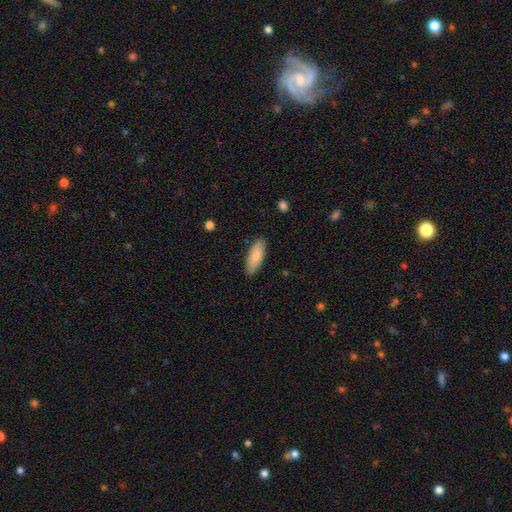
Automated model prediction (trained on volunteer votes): Q: Smooth or featured?
A: smooth (84%); runner-up: featured or disk (11%)
Q: How rounded?
A: in between (73%); runner-up: cigar-shaped (25%)
Q: Merging?
A: none (86%); runner-up: minor disturbance (10%)